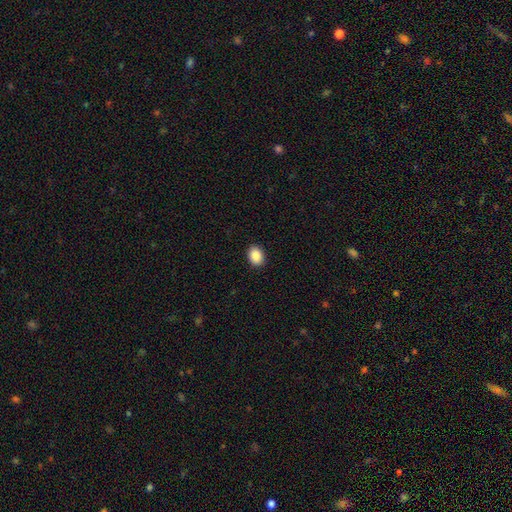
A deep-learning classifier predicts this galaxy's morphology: This appears to be a smooth galaxy with no disk features (90%) that is in between round and cigar-shaped (69%). Merging: none (91%).